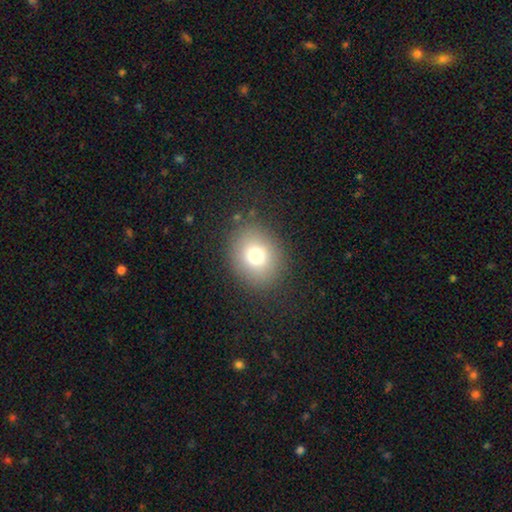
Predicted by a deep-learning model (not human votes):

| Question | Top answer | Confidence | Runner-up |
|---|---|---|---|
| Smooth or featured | smooth | 74% | star or artifact (14%) |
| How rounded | round | 65% | in between (35%) |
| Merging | none | 85% | minor disturbance (9%) |